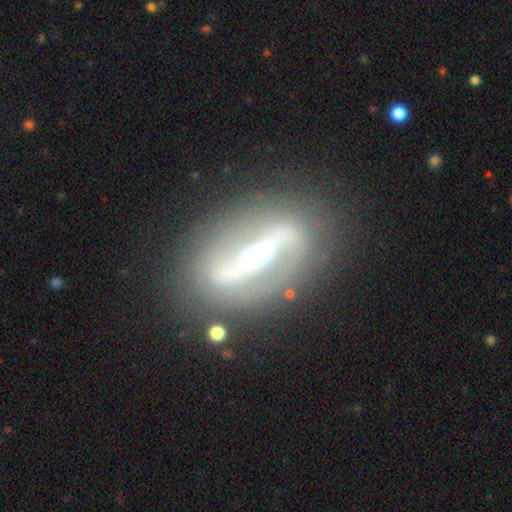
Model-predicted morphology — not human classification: smooth-or-featured: featured or disk: 85% | smooth: 9% | star or artifact: 6%
  disk-edge-on: no: 87% | yes: 13%
    bar: strong: 74% | weak: 16% | no: 10%
    has-spiral-arms: yes: 73% | no: 27%
      spiral-winding: loose: 39% | medium: 37% | tight: 25%
      spiral-arm-count: 2: 88% | can't tell: 6% | 1: 3% | 3: 1% | 4: 1% | more than 4: 1%
    bulge-size: moderate: 58% | small: 35% | large: 5% | dominant: 1% | none: 1%
  merging: none: 84% | minor disturbance: 10% | major disturbance: 4% | merger: 2%